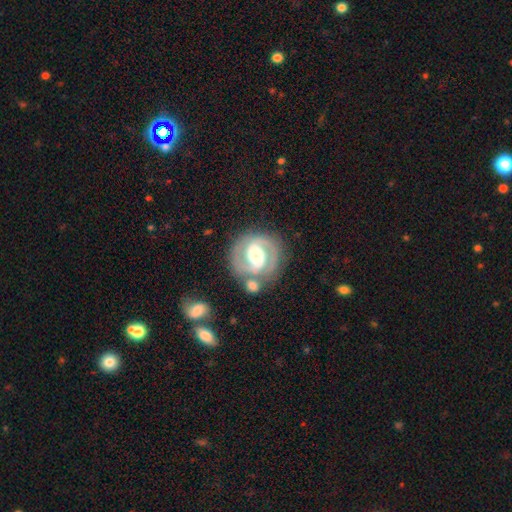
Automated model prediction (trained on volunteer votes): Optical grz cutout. It shows a featured or disk galaxy (85%) with a strong bar (47%), 2 (89%) medium (47%) spiral arms (93%) and a moderate central bulge (64%). Merging: none (73%).